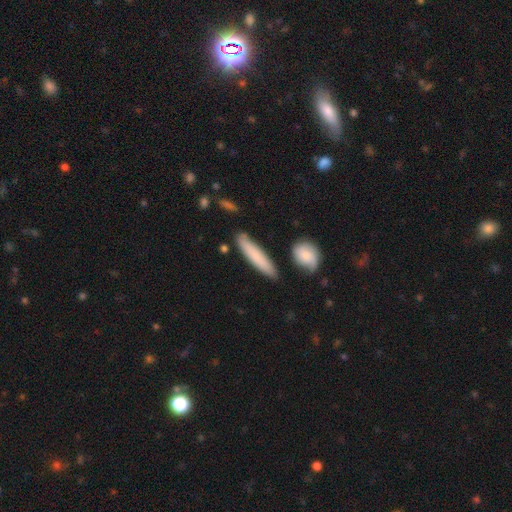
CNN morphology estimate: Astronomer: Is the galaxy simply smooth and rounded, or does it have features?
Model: smooth — 78%.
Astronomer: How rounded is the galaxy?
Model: cigar-shaped — 86%.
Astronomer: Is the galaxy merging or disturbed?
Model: none — 82%.